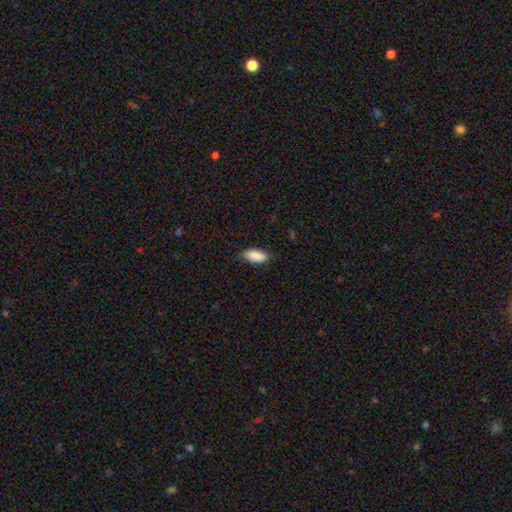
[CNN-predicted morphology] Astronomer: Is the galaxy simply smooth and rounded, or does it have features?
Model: smooth — 89%.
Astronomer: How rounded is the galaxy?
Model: in between — 86%.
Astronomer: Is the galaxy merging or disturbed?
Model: none — 80%.